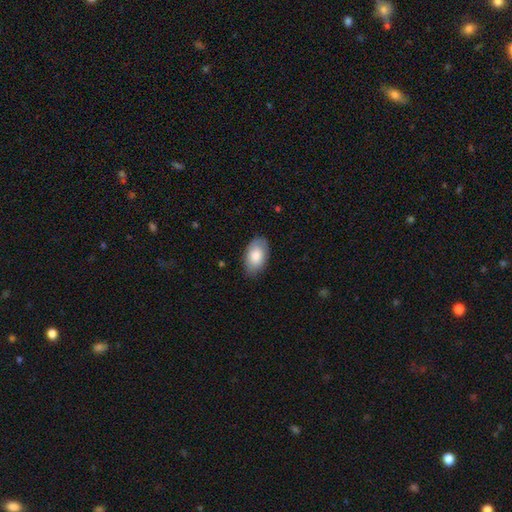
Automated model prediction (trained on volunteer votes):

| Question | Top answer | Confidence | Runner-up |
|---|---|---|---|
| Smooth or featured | smooth | 81% | featured or disk (13%) |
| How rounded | in between | 93% | round (5%) |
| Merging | none | 81% | minor disturbance (15%) |